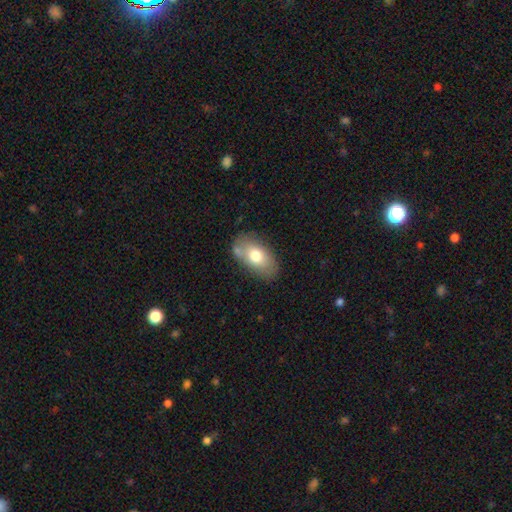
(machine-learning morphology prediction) type=smooth (72%); roundness=in between (92%); merging=none (72%).